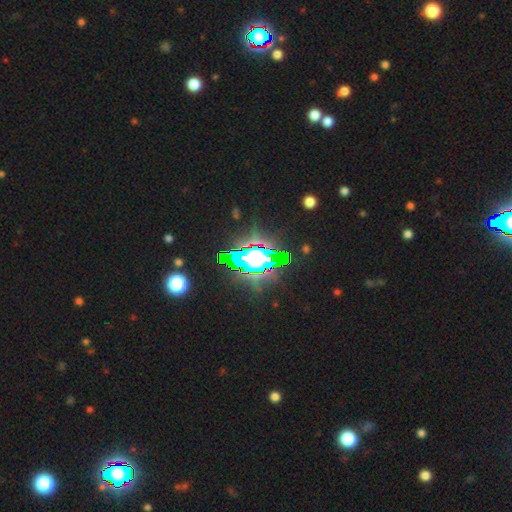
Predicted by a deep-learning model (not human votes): The model was most divided on "smooth or featured": star or artifact: 70%, featured or disk: 16%, smooth: 14%.